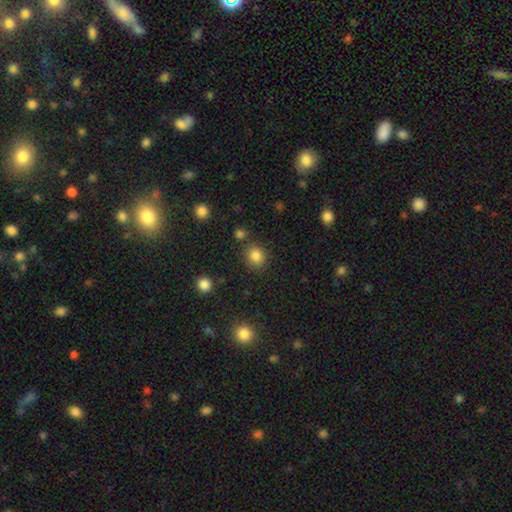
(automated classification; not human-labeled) This appears to be a smooth galaxy with no disk features (84%) that is round (79%). Merging: none (81%).